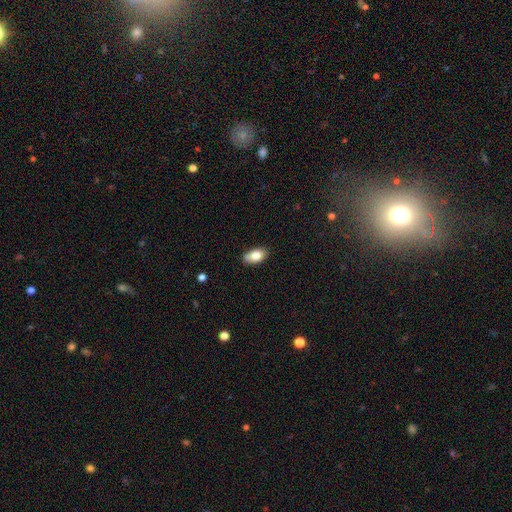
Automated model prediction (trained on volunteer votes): Morphology: type=smooth (79%); roundness=in between (91%); merging=none (73%).